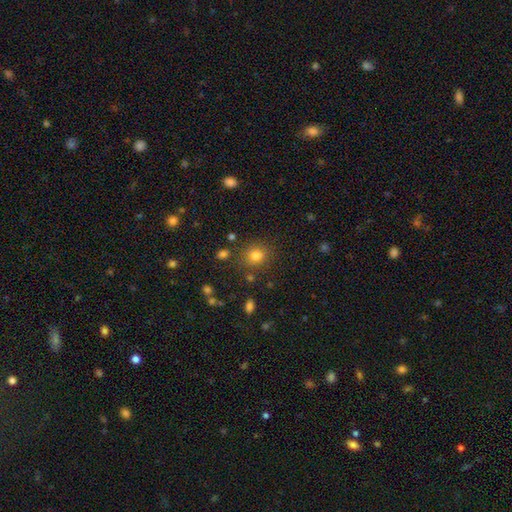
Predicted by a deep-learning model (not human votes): Smooth or featured?
  - smooth: 79% *
  - star or artifact: 14%
  - featured or disk: 6%
How rounded?
  - round: 73% *
  - in between: 26%
  - cigar-shaped: 1%
Merging?
  - none: 81% *
  - minor disturbance: 10%
  - merger: 4%
  - major disturbance: 4%